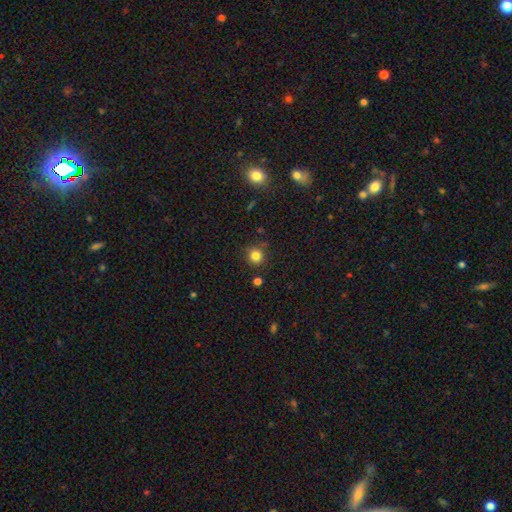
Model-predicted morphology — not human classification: Smooth or featured? Predicted: smooth (p=0.81). How rounded? Predicted: round (p=0.91). Merging? Predicted: none (p=0.84).